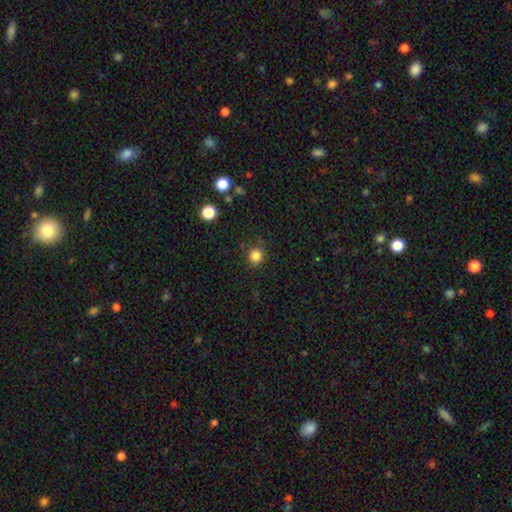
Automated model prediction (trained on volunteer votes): smooth 84%, star or artifact 12%, featured or disk 4%. Down the decision tree: how rounded — round (92%); merging — none (86%).